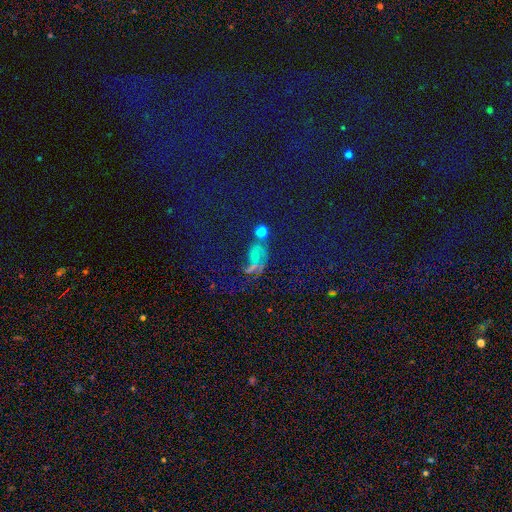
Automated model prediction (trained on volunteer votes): Q: Smooth or featured?
A: smooth (40%); runner-up: star or artifact (35%)
Q: Merging?
A: none (42%); runner-up: merger (24%)